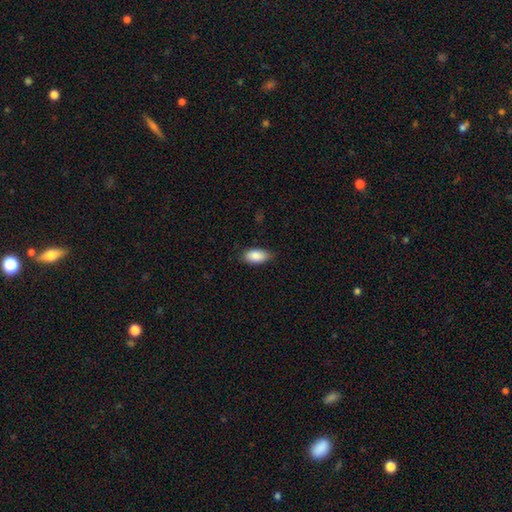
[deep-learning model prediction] Q: Smooth or featured?
A: smooth (88%); runner-up: star or artifact (6%)
Q: How rounded?
A: in between (93%); runner-up: cigar-shaped (5%)
Q: Merging?
A: none (80%); runner-up: minor disturbance (16%)